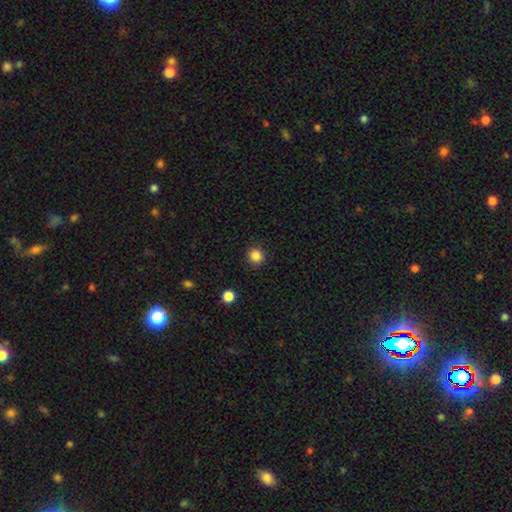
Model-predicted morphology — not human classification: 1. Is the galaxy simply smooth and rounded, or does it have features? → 85% smooth, 11% star or artifact, 3% featured or disk.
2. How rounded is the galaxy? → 91% round, 8% in between, 1% cigar-shaped.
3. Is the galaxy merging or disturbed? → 91% none, 6% minor disturbance, 2% major disturbance, 1% merger.